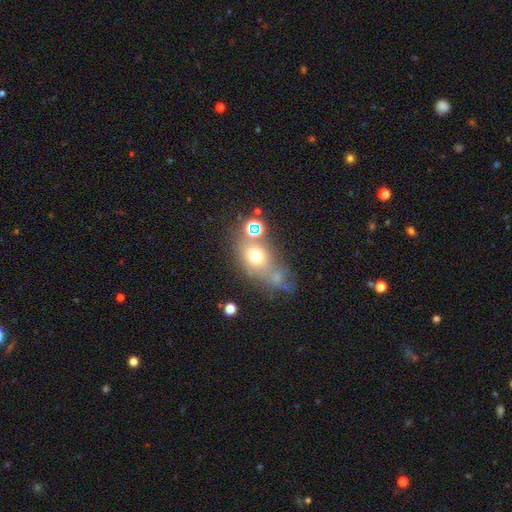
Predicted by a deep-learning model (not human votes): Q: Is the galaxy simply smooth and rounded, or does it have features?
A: smooth — 61%.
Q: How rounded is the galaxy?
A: in between — 52%.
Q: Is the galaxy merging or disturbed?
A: none — 43%.